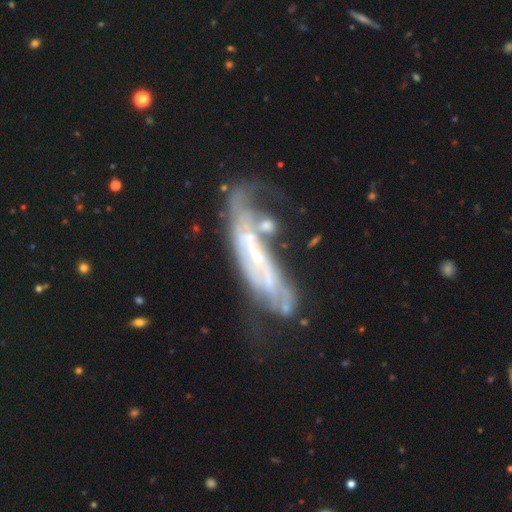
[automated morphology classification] Smooth or featured?
  - featured or disk: 80% *
  - smooth: 13%
  - star or artifact: 8%
Edge-on disk?
  - no: 77% *
  - yes: 23%
Bar?
  - no: 43% *
  - weak: 31%
  - strong: 27%
Spiral arms?
  - yes: 75% *
  - no: 25%
Bulge size?
  - small: 70% *
  - moderate: 19%
  - none: 7%
  - large: 2%
  - dominant: 1%
Merging?
  - major disturbance: 33% *
  - none: 30%
  - minor disturbance: 19%
  - merger: 18%